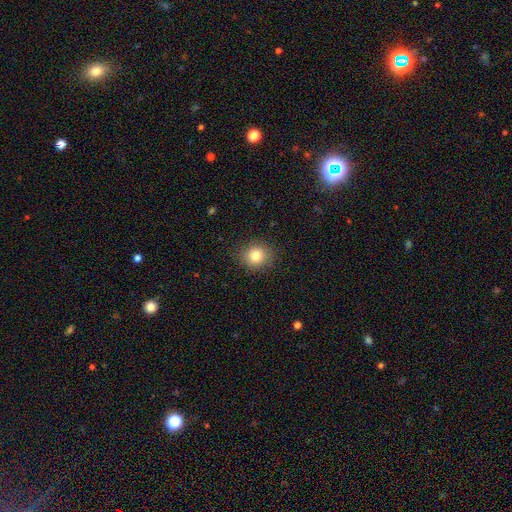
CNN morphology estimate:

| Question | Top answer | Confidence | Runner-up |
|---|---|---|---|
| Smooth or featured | smooth | 82% | star or artifact (11%) |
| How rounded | round | 83% | in between (16%) |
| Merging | none | 89% | minor disturbance (8%) |